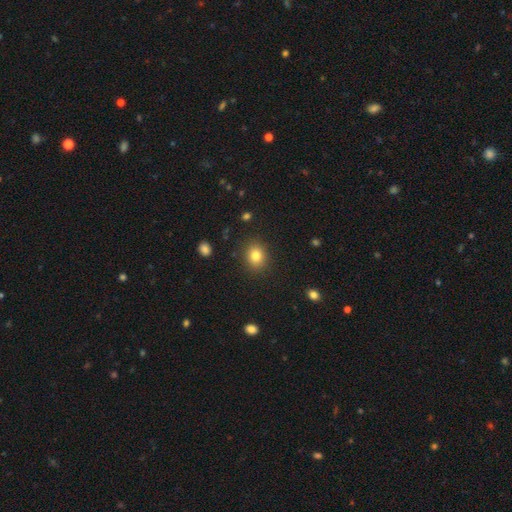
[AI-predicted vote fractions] Smooth or featured?
  - smooth: 82% *
  - star or artifact: 11%
  - featured or disk: 7%
How rounded?
  - round: 64% *
  - in between: 35%
  - cigar-shaped: 1%
Merging?
  - none: 88% *
  - minor disturbance: 8%
  - major disturbance: 3%
  - merger: 1%